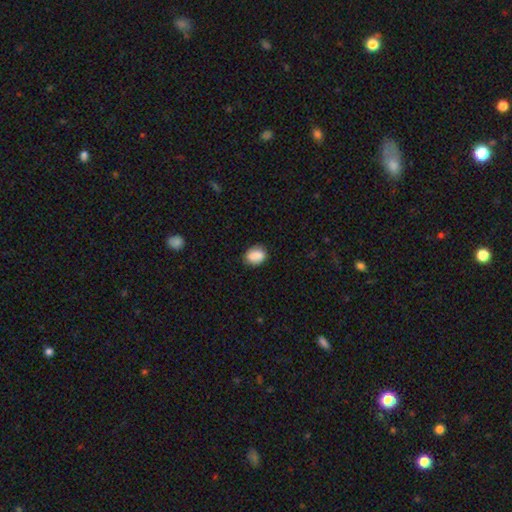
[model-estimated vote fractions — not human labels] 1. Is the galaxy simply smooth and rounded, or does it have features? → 86% smooth, 8% star or artifact, 7% featured or disk.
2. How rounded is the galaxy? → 66% in between, 32% round, 1% cigar-shaped.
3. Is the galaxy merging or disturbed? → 79% none, 16% minor disturbance, 3% major disturbance, 2% merger.